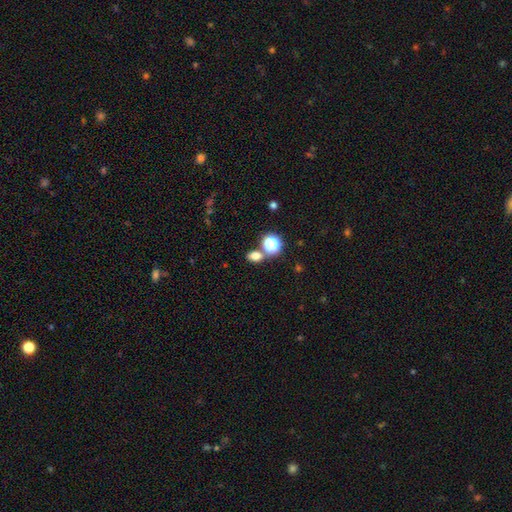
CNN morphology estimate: A smooth galaxy with no disk features (75%) that is in between round and cigar-shaped (64%).

Vote fractions:
- Smooth or featured? smooth: 75% / star or artifact: 19% / featured or disk: 6%
- How rounded? in between: 64% / round: 34% / cigar-shaped: 2%
- Merging? none: 68% / merger: 18% / minor disturbance: 10% / major disturbance: 4%